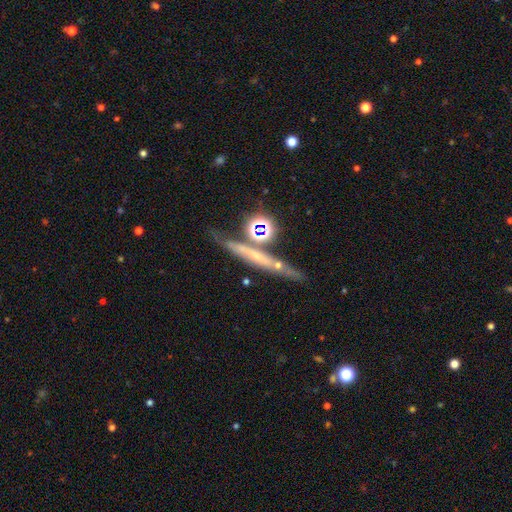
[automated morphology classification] This is possibly a featured or disk galaxy (49%). Merging: likely none (66%).